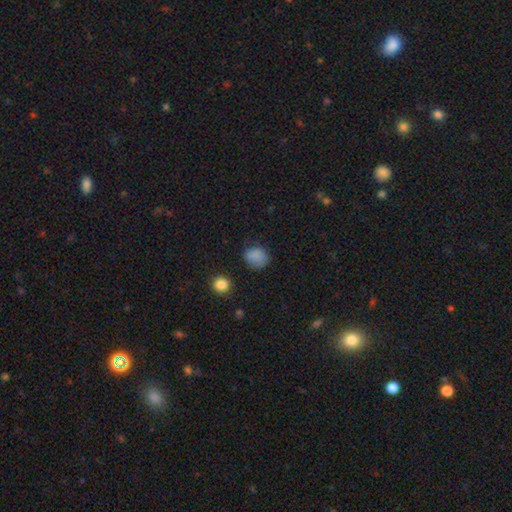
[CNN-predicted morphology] Q: Smooth or featured?
A: smooth (84%); runner-up: star or artifact (11%)
Q: How rounded?
A: round (65%); runner-up: in between (34%)
Q: Merging?
A: none (70%); runner-up: minor disturbance (23%)